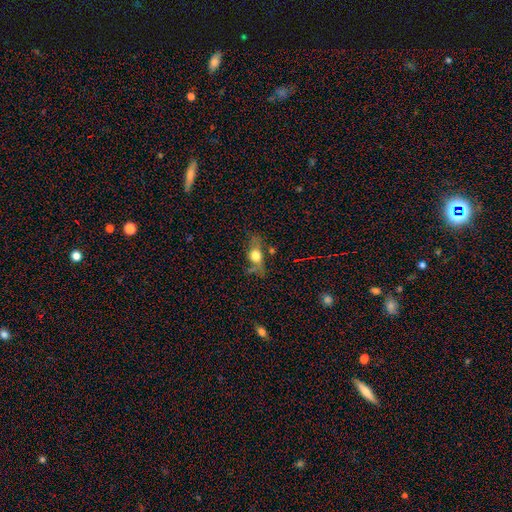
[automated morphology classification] A smooth galaxy with no disk features (55%) that is in between round and cigar-shaped (55%).

Vote fractions:
- Smooth or featured? smooth: 55% / featured or disk: 33% / star or artifact: 12%
- How rounded? in between: 55% / round: 23% / cigar-shaped: 22%
- Merging? none: 58% / minor disturbance: 22% / major disturbance: 13% / merger: 7%